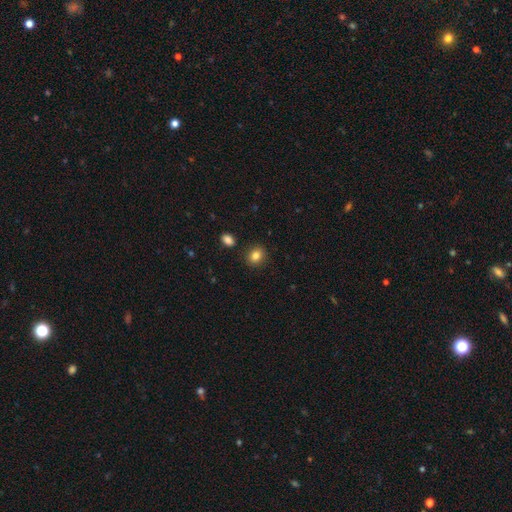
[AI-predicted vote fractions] smooth-or-featured: smooth: 84% | star or artifact: 10% | featured or disk: 6%
  how-rounded: round: 64% | in between: 35% | cigar-shaped: 1%
  merging: none: 88% | minor disturbance: 7% | merger: 3% | major disturbance: 2%